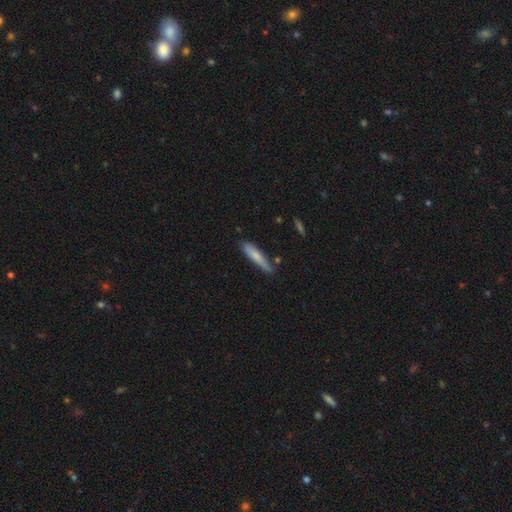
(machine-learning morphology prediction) type=smooth (72%); roundness=cigar-shaped (87%); merging=none (74%).